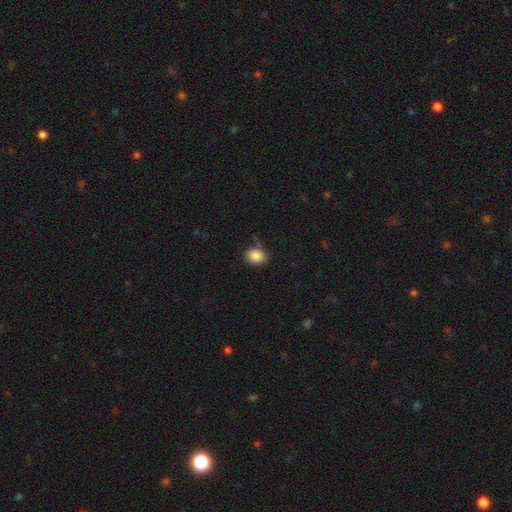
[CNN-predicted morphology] This is clearly a smooth galaxy (87%). How rounded: possibly in between (57%). Merging: likely none (77%).